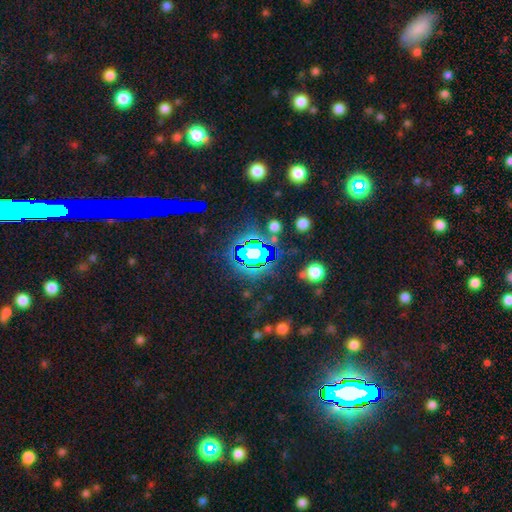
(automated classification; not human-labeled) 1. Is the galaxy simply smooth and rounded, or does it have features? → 77% star or artifact, 12% smooth, 10% featured or disk.